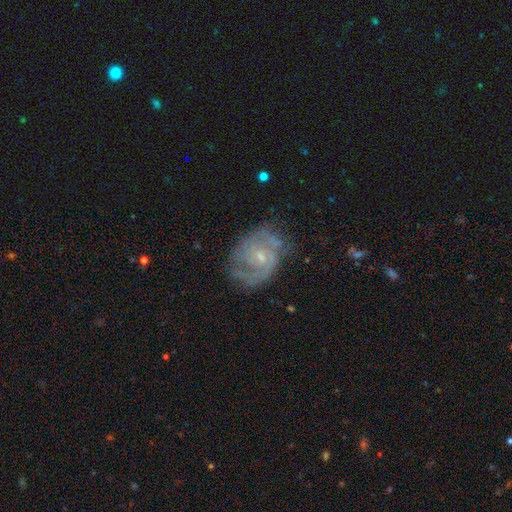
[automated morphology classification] smooth_or_featured: featured or disk (p=0.74) [alt: smooth p=0.14]
disk_edge_on: no (p=0.97) [alt: yes p=0.03]
bar: no (p=0.67) [alt: weak p=0.28]
has_spiral_arms: yes (p=0.88) [alt: no p=0.12]
spiral_winding: tight (p=0.47) [alt: medium p=0.40]
spiral_arm_count: 2 (p=0.43) [alt: can't tell p=0.29]
bulge_size: small (p=0.69) [alt: moderate p=0.27]
merging: none (p=0.70) [alt: minor disturbance p=0.19]